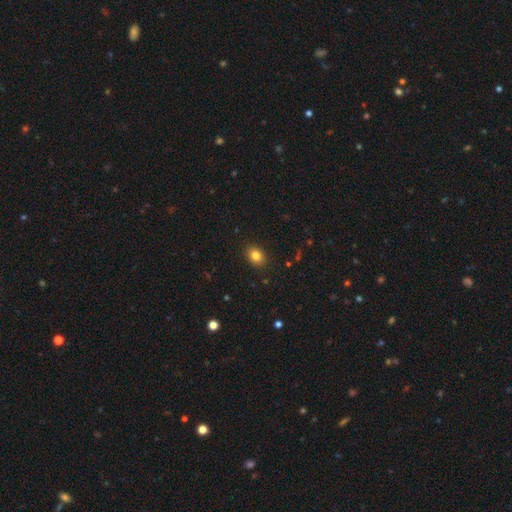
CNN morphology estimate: smooth-or-featured: smooth: 83% | star or artifact: 11% | featured or disk: 6%
  how-rounded: in between: 59% | round: 40% | cigar-shaped: 1%
  merging: none: 89% | minor disturbance: 8% | major disturbance: 2% | merger: 1%